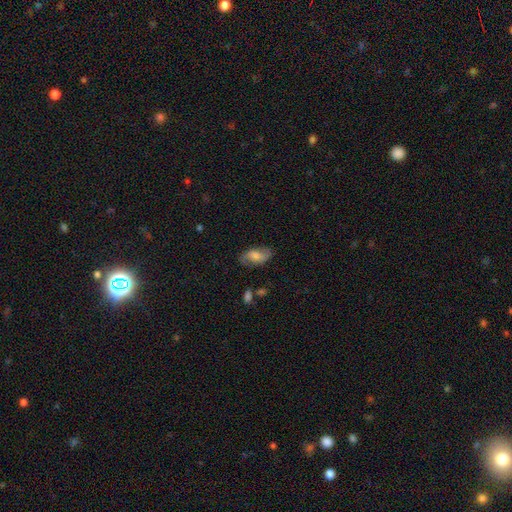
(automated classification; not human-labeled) smooth-or-featured: smooth: 52% | featured or disk: 41% | star or artifact: 7%
  how-rounded: in between: 91% | round: 5% | cigar-shaped: 4%
  merging: none: 74% | minor disturbance: 19% | major disturbance: 6% | merger: 2%